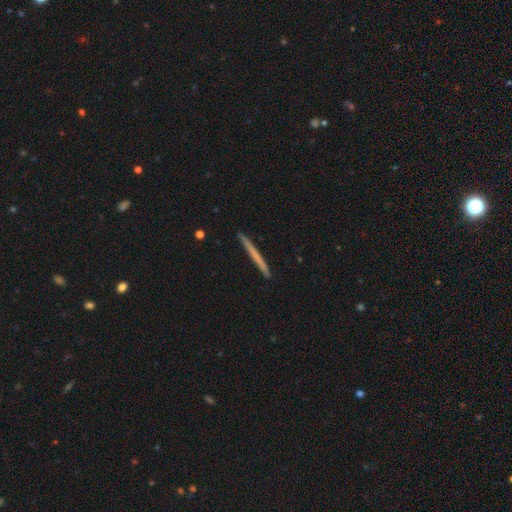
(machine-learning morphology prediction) A smooth galaxy with no disk features (55%) that is cigar-shaped (97%). Merging: none (92%).